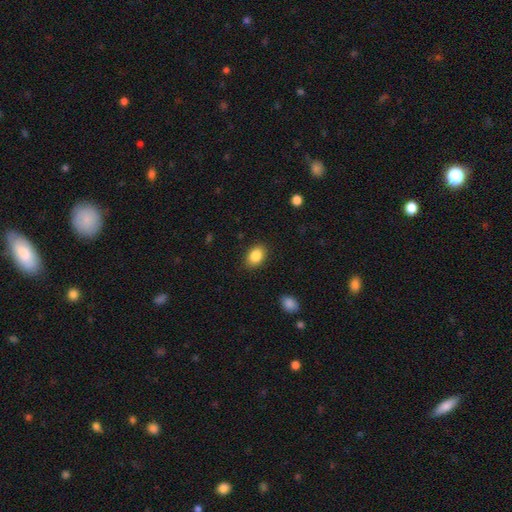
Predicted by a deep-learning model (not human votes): Smooth or featured? Predicted: smooth (p=0.86). How rounded? Predicted: in between (p=0.79). Merging? Predicted: none (p=0.87).